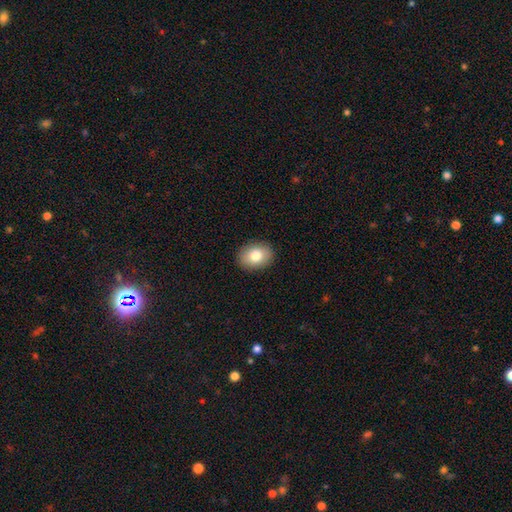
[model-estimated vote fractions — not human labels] Q: Smooth or featured?
A: smooth (80%); runner-up: featured or disk (12%)
Q: How rounded?
A: in between (65%); runner-up: round (34%)
Q: Merging?
A: none (90%); runner-up: minor disturbance (7%)